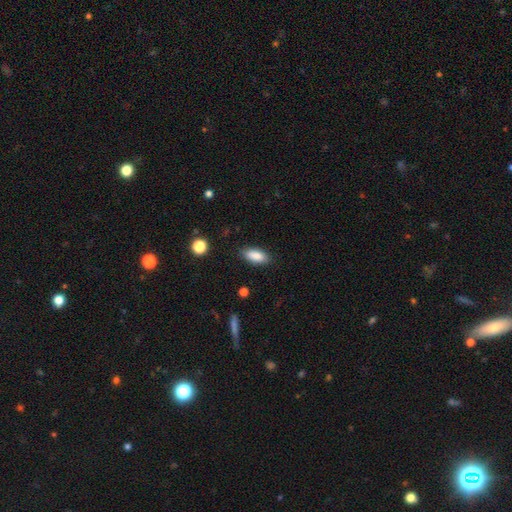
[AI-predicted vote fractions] Smooth or featured? smooth (87%)
How rounded? in between (83%)
Merging? none (86%)